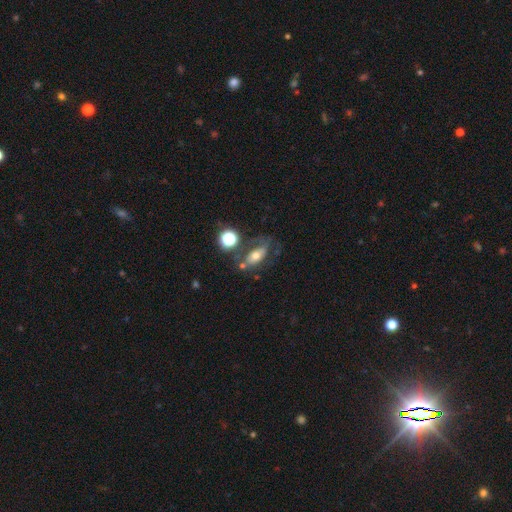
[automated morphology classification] A smooth galaxy with no disk features (47%).

Vote fractions:
- Smooth or featured? smooth: 47% / featured or disk: 41% / star or artifact: 12%
- Merging? none: 46% / minor disturbance: 22% / major disturbance: 19% / merger: 13%